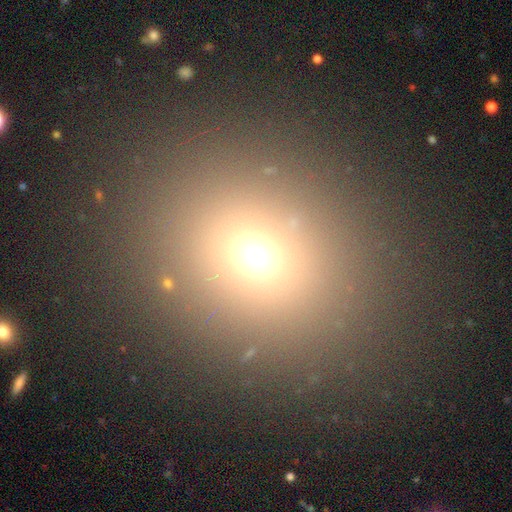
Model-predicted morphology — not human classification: This appears to be a smooth galaxy with no disk features (67%) that is round (74%). Merging: none (86%).